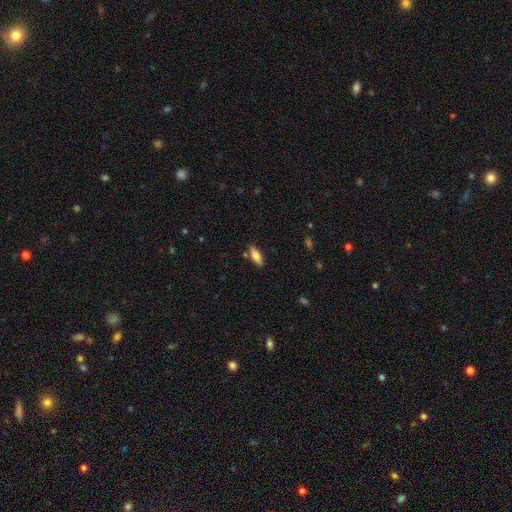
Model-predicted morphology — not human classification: Smooth or featured?
  - smooth: 75% *
  - featured or disk: 19%
  - star or artifact: 7%
How rounded?
  - in between: 69% *
  - cigar-shaped: 29%
  - round: 2%
Merging?
  - none: 82% *
  - minor disturbance: 12%
  - merger: 4%
  - major disturbance: 2%